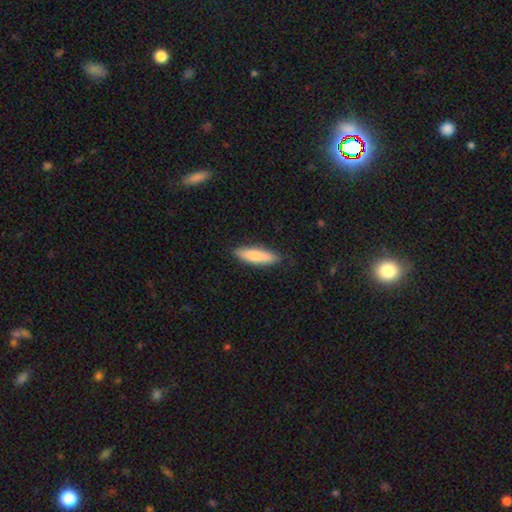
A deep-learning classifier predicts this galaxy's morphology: A smooth galaxy with no disk features (81%) that is cigar-shaped (62%).

Vote fractions:
- Smooth or featured? smooth: 81% / featured or disk: 13% / star or artifact: 5%
- How rounded? cigar-shaped: 62% / in between: 36% / round: 2%
- Merging? none: 81% / minor disturbance: 15% / major disturbance: 3% / merger: 1%